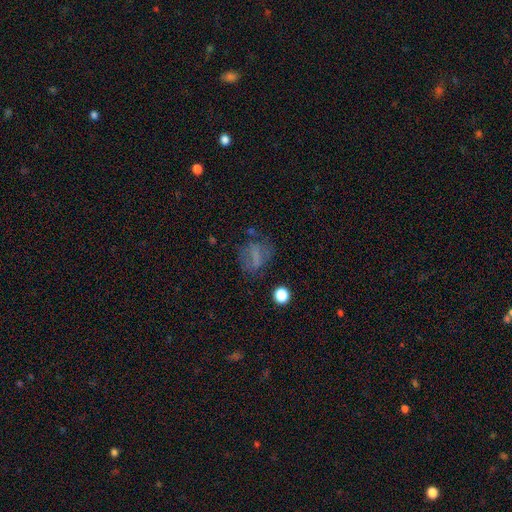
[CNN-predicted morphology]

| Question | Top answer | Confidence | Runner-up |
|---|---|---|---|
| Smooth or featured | smooth | 53% | featured or disk (28%) |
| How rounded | in between | 54% | round (40%) |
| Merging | none | 59% | minor disturbance (20%) |